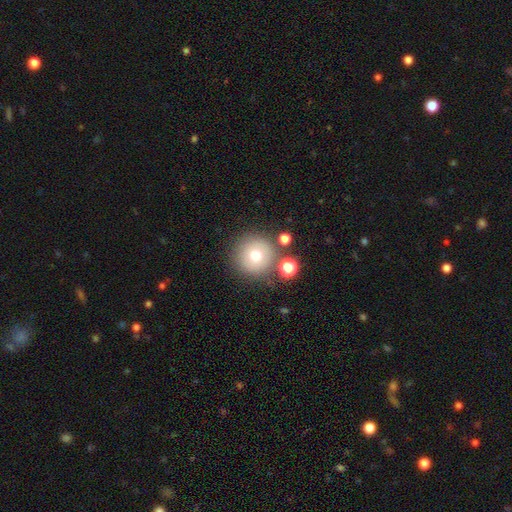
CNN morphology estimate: Smooth or featured? smooth (71%)
How rounded? round (96%)
Merging? none (79%)